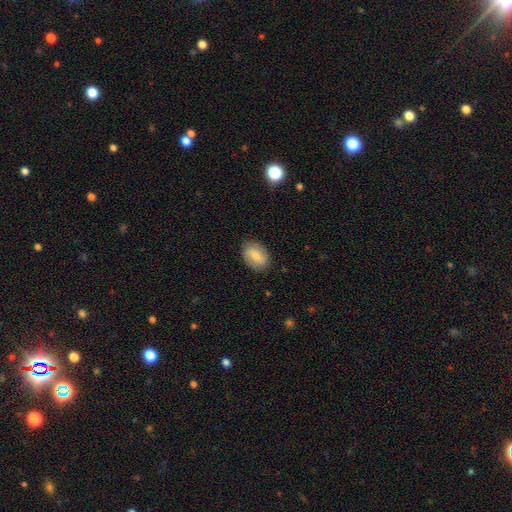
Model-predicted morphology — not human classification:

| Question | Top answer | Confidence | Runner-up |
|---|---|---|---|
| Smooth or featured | smooth | 64% | featured or disk (29%) |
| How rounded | in between | 78% | round (20%) |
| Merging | none | 83% | minor disturbance (13%) |